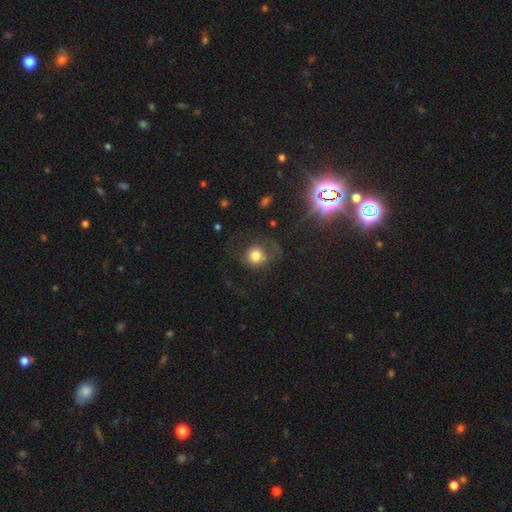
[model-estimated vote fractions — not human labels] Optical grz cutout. It shows a smooth galaxy with no disk features (67%) that is round (83%). Merging: none (53%).